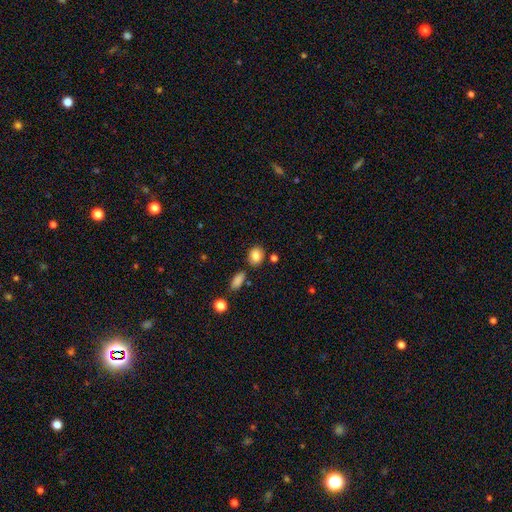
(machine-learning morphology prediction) Smooth or featured?
  - smooth: 85% *
  - star or artifact: 9%
  - featured or disk: 6%
How rounded?
  - round: 53% *
  - in between: 45%
  - cigar-shaped: 1%
Merging?
  - none: 79% *
  - minor disturbance: 12%
  - merger: 6%
  - major disturbance: 3%